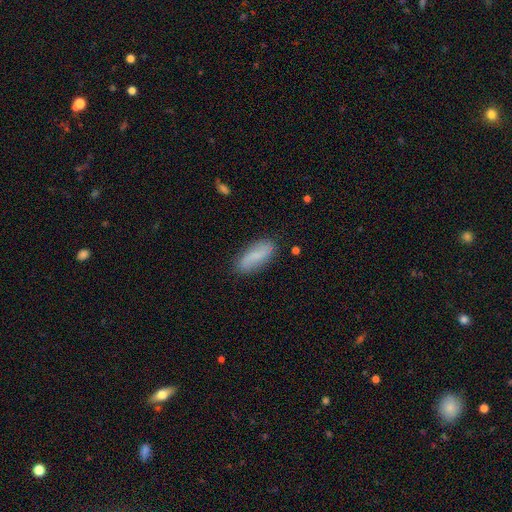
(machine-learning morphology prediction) smooth_or_featured: smooth (p=0.64) [alt: featured or disk p=0.29]
how_rounded: in between (p=0.74) [alt: cigar-shaped p=0.23]
merging: none (p=0.83) [alt: minor disturbance p=0.13]